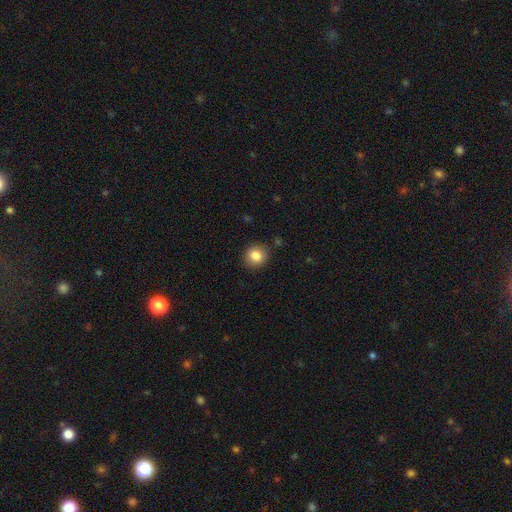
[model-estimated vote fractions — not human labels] Smooth or featured? Predicted: smooth (p=0.85). How rounded? Predicted: round (p=0.87). Merging? Predicted: none (p=0.88).